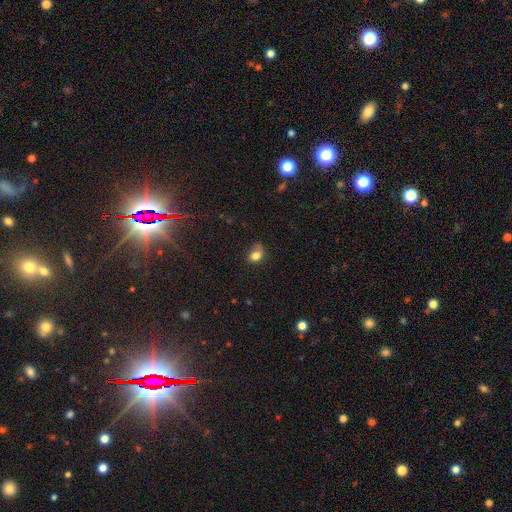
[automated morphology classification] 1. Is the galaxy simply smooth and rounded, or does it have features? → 78% smooth, 11% featured or disk, 11% star or artifact.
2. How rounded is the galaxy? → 56% in between, 43% round, 1% cigar-shaped.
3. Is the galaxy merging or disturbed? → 49% none, 33% minor disturbance, 15% major disturbance, 3% merger.